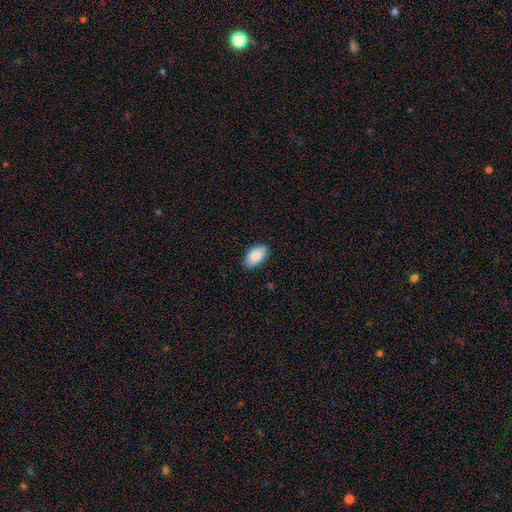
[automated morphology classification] A smooth galaxy with no disk features (87%) that is in between round and cigar-shaped (95%). Merging: none (88%).